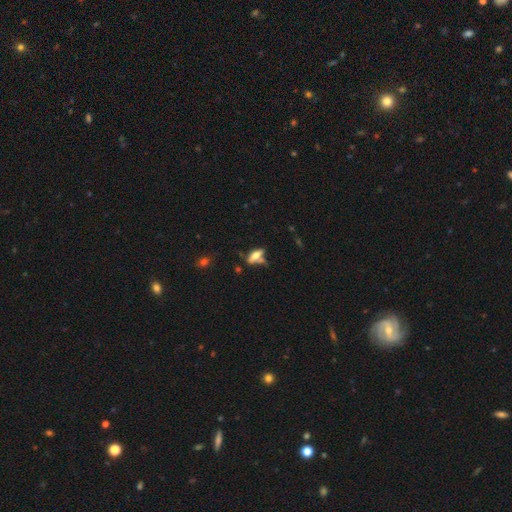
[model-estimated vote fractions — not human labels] A smooth galaxy with no disk features (51%) that is in between round and cigar-shaped (65%).

Vote fractions:
- Smooth or featured? smooth: 51% / featured or disk: 39% / star or artifact: 10%
- How rounded? in between: 65% / cigar-shaped: 31% / round: 4%
- Merging? none: 50% / merger: 21% / minor disturbance: 19% / major disturbance: 10%